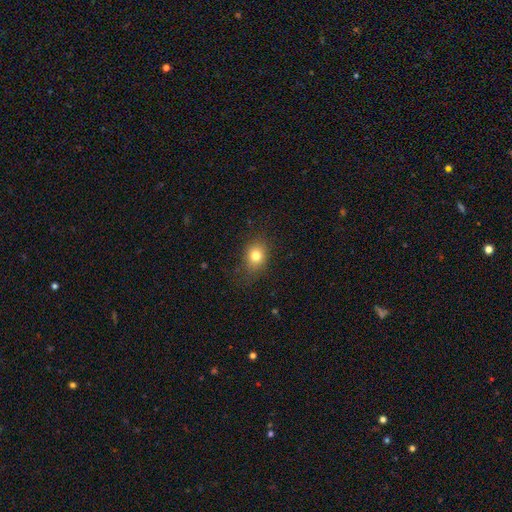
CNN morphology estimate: This appears to be a smooth galaxy with no disk features (78%) that is round (54%). Merging: none (79%).